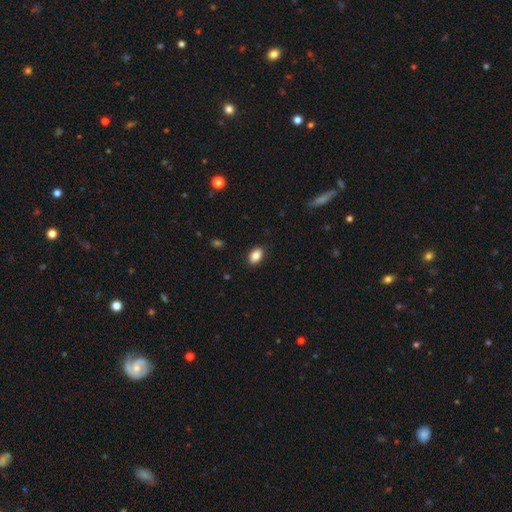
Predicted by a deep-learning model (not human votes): smooth 87%, star or artifact 8%, featured or disk 5%. Down the decision tree: how rounded — in between (88%); merging — none (88%).